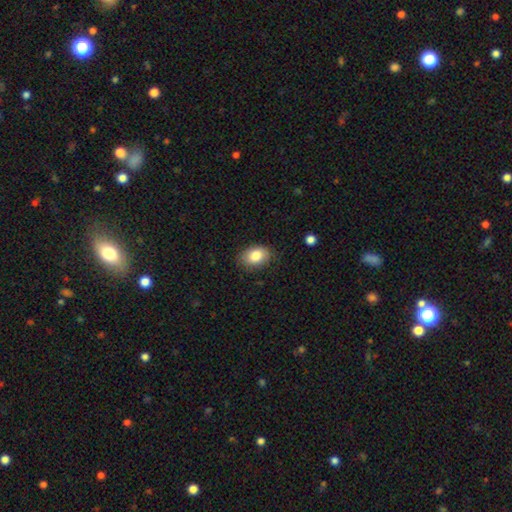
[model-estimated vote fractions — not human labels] This appears to be a smooth galaxy with no disk features (84%) that is in between round and cigar-shaped (81%). Merging: none (80%).